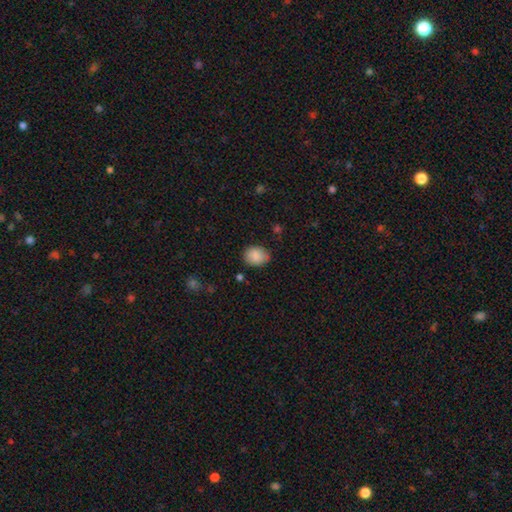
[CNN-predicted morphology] This is clearly a smooth galaxy (87%). How rounded: possibly in between (50%). Merging: likely none (79%).